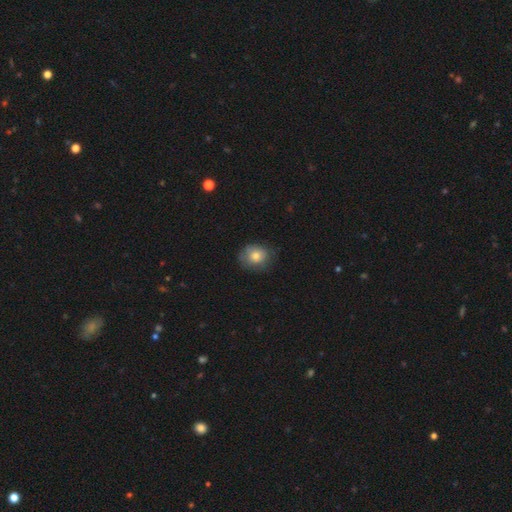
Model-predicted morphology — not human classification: A smooth galaxy with no disk features (77%) that is round (70%).

Vote fractions:
- Smooth or featured? smooth: 77% / featured or disk: 14% / star or artifact: 9%
- How rounded? round: 70% / in between: 29% / cigar-shaped: 1%
- Merging? none: 70% / minor disturbance: 23% / major disturbance: 6% / merger: 1%